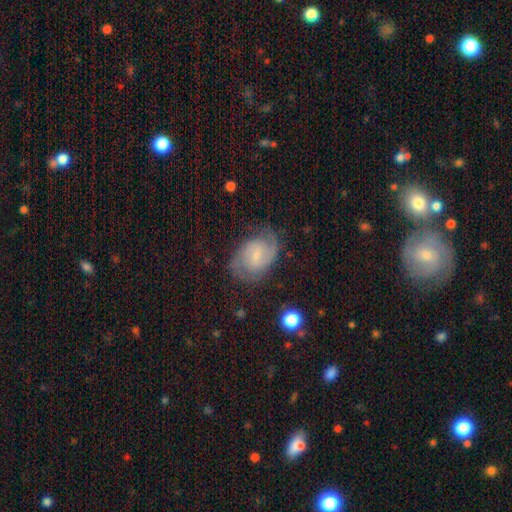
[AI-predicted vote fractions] Smooth or featured? Predicted: featured or disk (p=0.74). Edge-on disk? Predicted: no (p=0.97). Bar? Predicted: weak (p=0.55). Spiral arms? Predicted: yes (p=0.94). Spiral winding? Predicted: medium (p=0.49). Spiral arm count? Predicted: 2 (p=0.81). Bulge size? Predicted: small (p=0.55). Merging? Predicted: none (p=0.69).